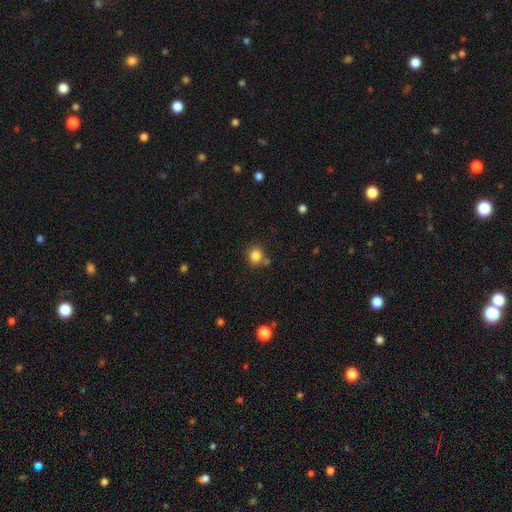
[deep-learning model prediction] smooth-or-featured: smooth: 83% | star or artifact: 12% | featured or disk: 5%
  how-rounded: round: 84% | in between: 15% | cigar-shaped: 1%
  merging: none: 74% | minor disturbance: 12% | merger: 11% | major disturbance: 4%